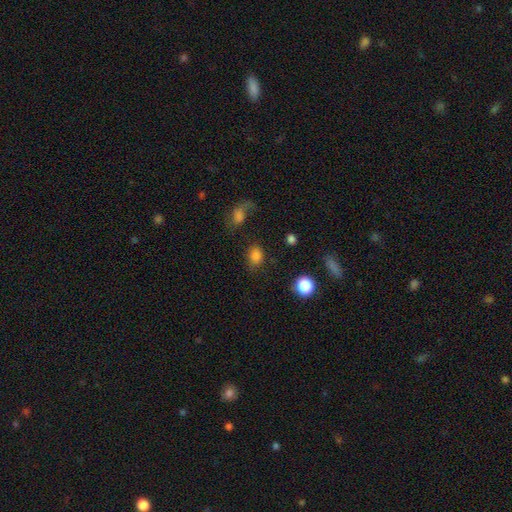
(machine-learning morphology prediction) Smooth or featured? Predicted: smooth (p=0.82). How rounded? Predicted: in between (p=0.58). Merging? Predicted: none (p=0.74).